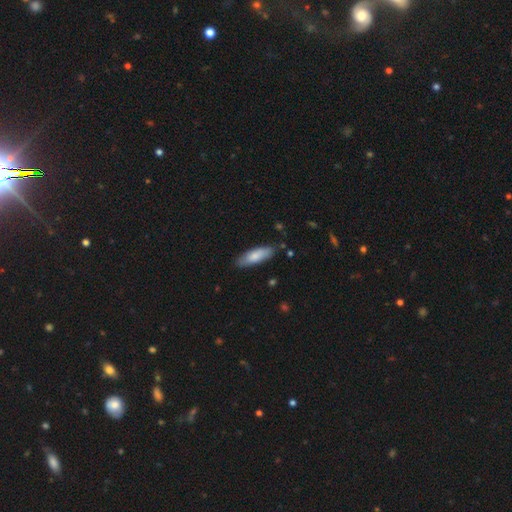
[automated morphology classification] Overall: smooth (78%). How rounded: in between (57%; cigar-shaped 42%). Merging: none (81%).